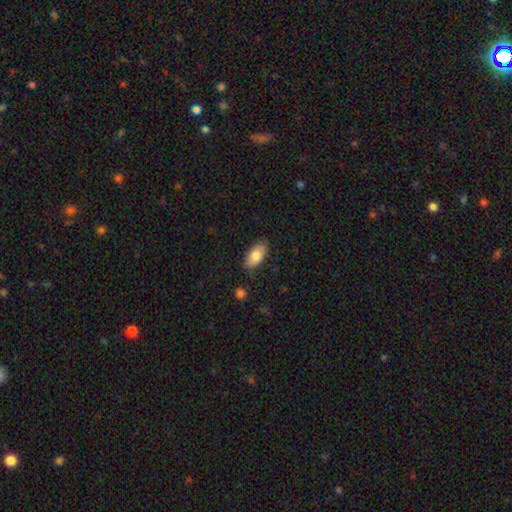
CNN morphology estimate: The model was most divided on "merging": none: 83%, minor disturbance: 13%, major disturbance: 3%, merger: 1%. More confident: how rounded — in between (92%); smooth or featured — smooth (82%).